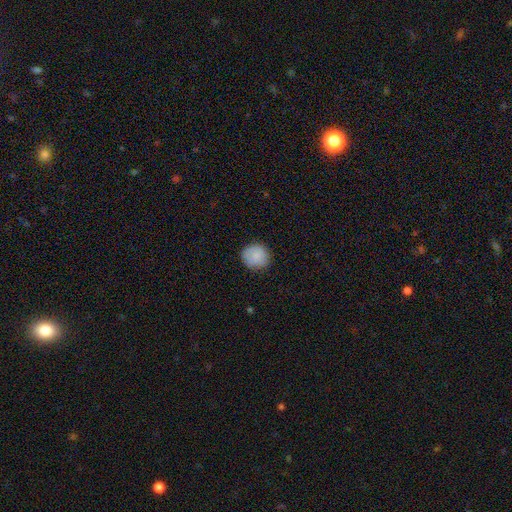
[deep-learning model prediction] Smooth or featured: smooth — 86% (star or artifact — 7%)
How rounded: round — 90% (in between — 9%)
Merging: none — 86% (minor disturbance — 10%)